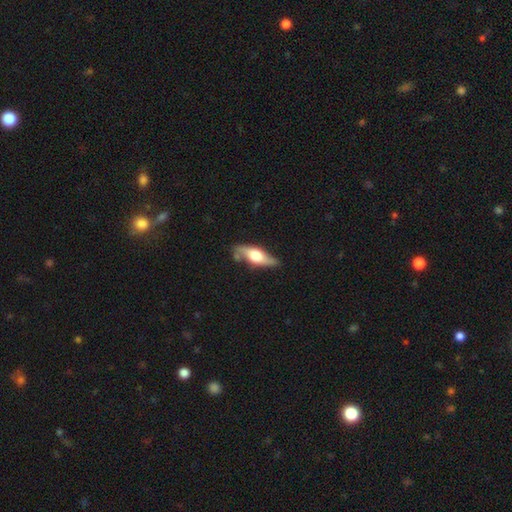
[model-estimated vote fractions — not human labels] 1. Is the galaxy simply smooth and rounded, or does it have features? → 58% featured or disk, 37% smooth, 5% star or artifact.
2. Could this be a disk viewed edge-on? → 72% yes, 28% no.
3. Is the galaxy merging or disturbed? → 70% none, 20% minor disturbance, 5% major disturbance, 4% merger.